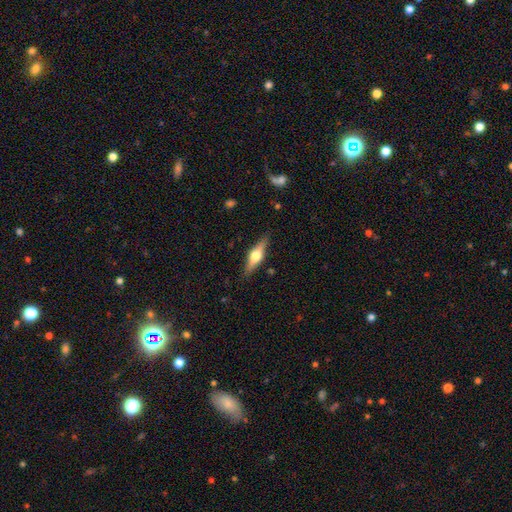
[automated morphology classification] smooth-or-featured: featured or disk: 63% | smooth: 31% | star or artifact: 6%
  disk-edge-on: yes: 96% | no: 4%
    edge-on-bulge: rounded: 94% | boxy: 4% | none: 1%
  merging: none: 88% | minor disturbance: 9% | major disturbance: 2% | merger: 1%